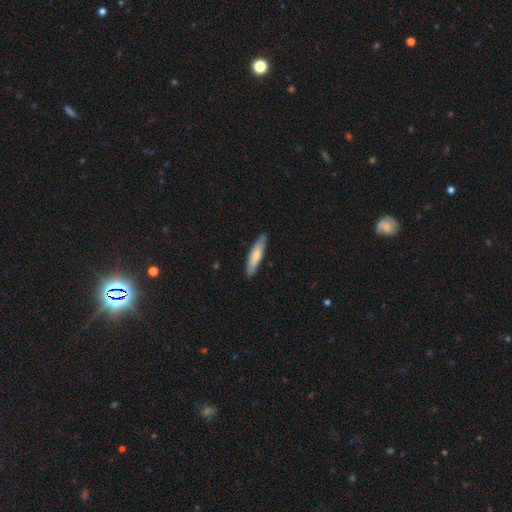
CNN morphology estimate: Smooth or featured?
  - smooth: 71% *
  - featured or disk: 24%
  - star or artifact: 5%
How rounded?
  - cigar-shaped: 81% *
  - in between: 18%
  - round: 1%
Merging?
  - none: 87% *
  - minor disturbance: 10%
  - major disturbance: 2%
  - merger: 1%